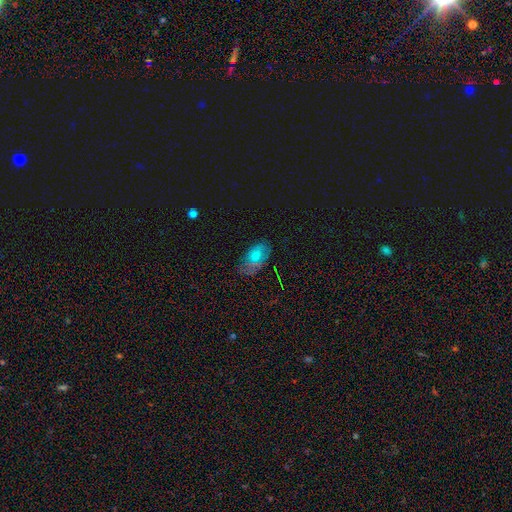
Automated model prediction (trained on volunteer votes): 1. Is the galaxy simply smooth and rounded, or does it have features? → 55% smooth, 29% featured or disk, 16% star or artifact.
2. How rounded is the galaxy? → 90% in between, 7% round, 3% cigar-shaped.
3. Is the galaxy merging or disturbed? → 65% none, 25% minor disturbance, 8% major disturbance, 2% merger.